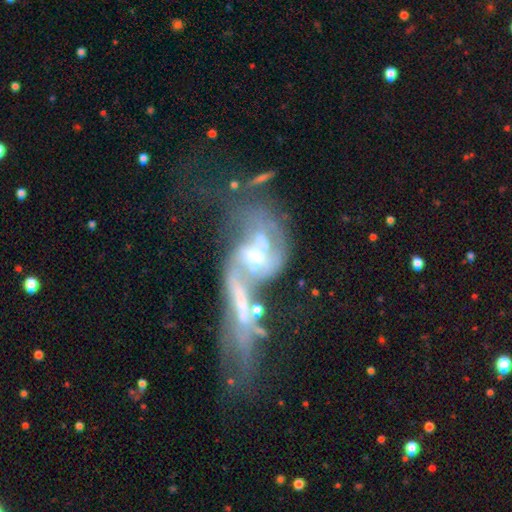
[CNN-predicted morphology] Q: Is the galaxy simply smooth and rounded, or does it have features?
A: featured or disk — 70%.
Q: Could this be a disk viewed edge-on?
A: no — 93%.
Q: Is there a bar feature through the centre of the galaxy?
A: no — 62%.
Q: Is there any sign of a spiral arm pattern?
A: yes — 53%.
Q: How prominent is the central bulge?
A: moderate — 48%.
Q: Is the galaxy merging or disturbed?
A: merger — 55%.